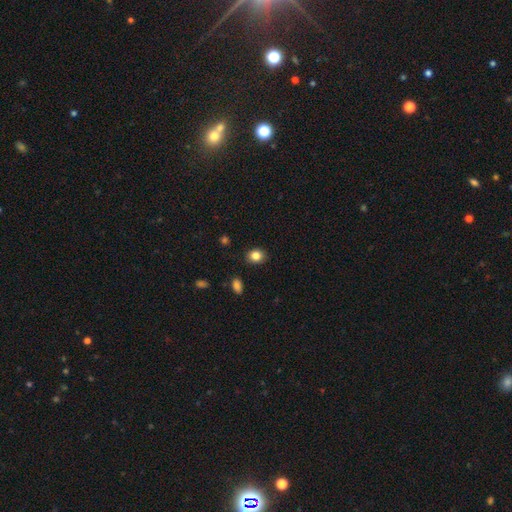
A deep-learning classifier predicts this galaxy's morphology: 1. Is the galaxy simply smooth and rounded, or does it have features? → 84% smooth, 11% star or artifact, 6% featured or disk.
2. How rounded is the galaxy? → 58% round, 41% in between, 1% cigar-shaped.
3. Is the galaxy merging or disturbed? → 88% none, 8% minor disturbance, 2% major disturbance, 1% merger.